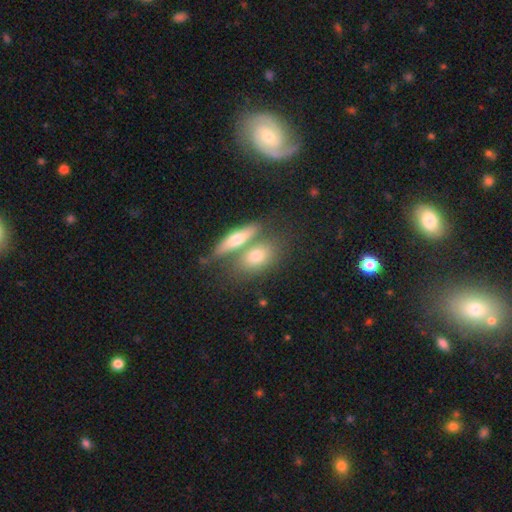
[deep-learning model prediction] This is likely a smooth galaxy (67%). How rounded: likely in between (67%). Merging: marginally none (45%).